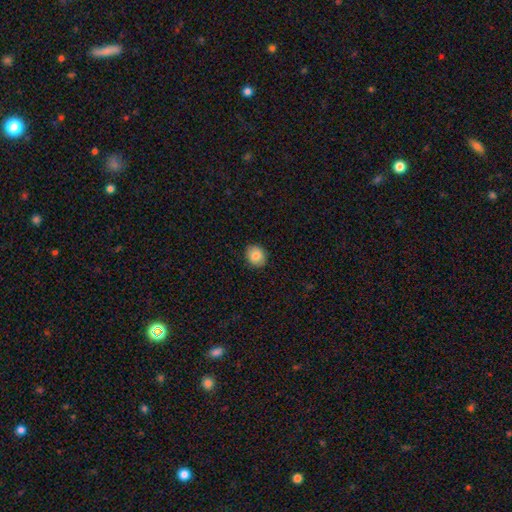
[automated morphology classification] A smooth galaxy with no disk features (85%) that is round (64%).

Vote fractions:
- Smooth or featured? smooth: 85% / star or artifact: 9% / featured or disk: 7%
- How rounded? round: 64% / in between: 35% / cigar-shaped: 1%
- Merging? none: 89% / minor disturbance: 8% / major disturbance: 2% / merger: 1%